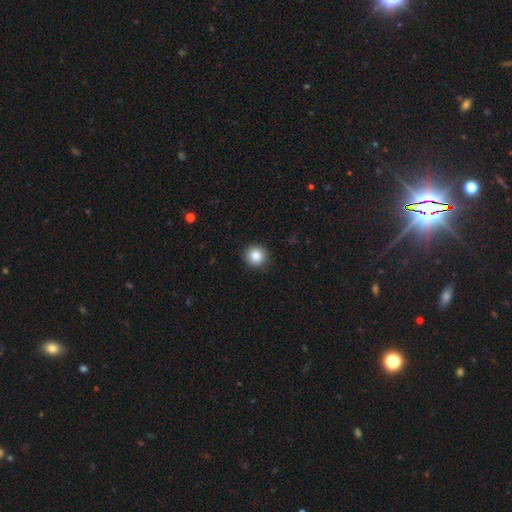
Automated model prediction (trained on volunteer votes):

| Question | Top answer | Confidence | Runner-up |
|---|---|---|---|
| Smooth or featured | smooth | 86% | star or artifact (10%) |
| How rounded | round | 94% | in between (5%) |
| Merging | none | 91% | minor disturbance (6%) |